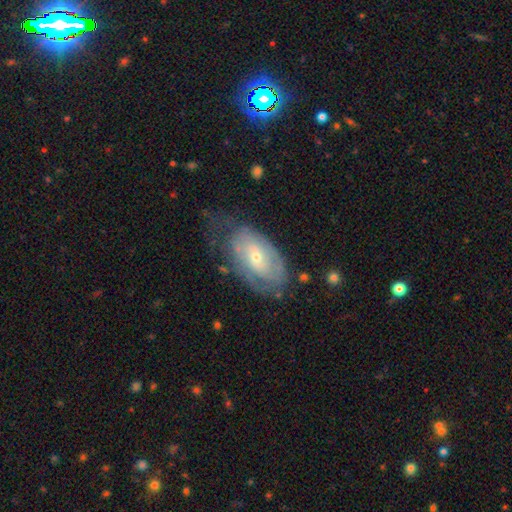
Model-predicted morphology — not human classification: A featured or disk galaxy (64%) with no bar (73%), spiral arms (67%) and a small central bulge (64%).

Vote fractions:
- Smooth or featured? featured or disk: 64% / smooth: 29% / star or artifact: 6%
- Edge-on disk? no: 93% / yes: 7%
- Bar? no: 73% / weak: 22% / strong: 5%
- Spiral arms? yes: 67% / no: 33%
- Bulge size? small: 64% / moderate: 32% / large: 2% / none: 1% / dominant: 1%
- Merging? none: 47% / minor disturbance: 30% / major disturbance: 20% / merger: 2%